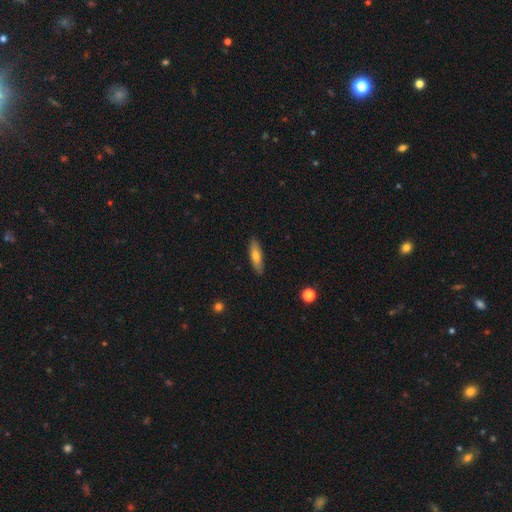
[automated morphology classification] Smooth or featured? Predicted: smooth (p=0.66). How rounded? Predicted: cigar-shaped (p=0.71). Merging? Predicted: none (p=0.89).